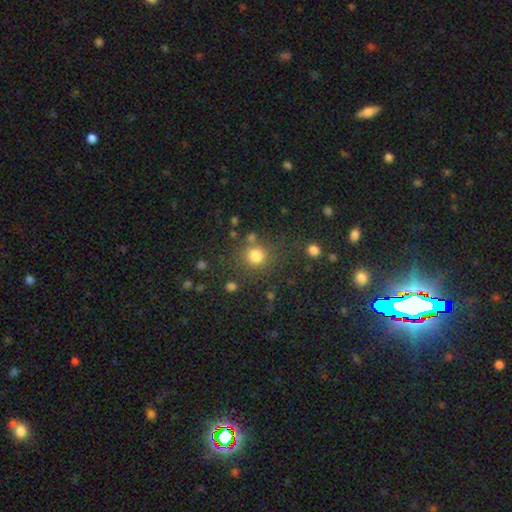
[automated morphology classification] Overall: smooth (80%). How rounded: round (90%). Merging: none (74%).